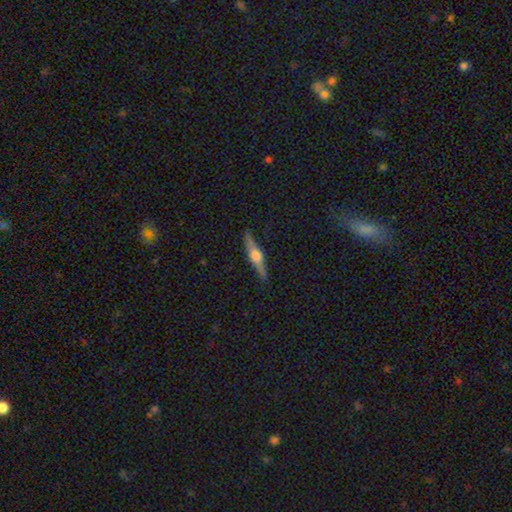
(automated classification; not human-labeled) Overall: featured or disk (72%). Edge-on disk: yes (97%). Edge-on bulge: rounded (92%). Merging: none (89%).